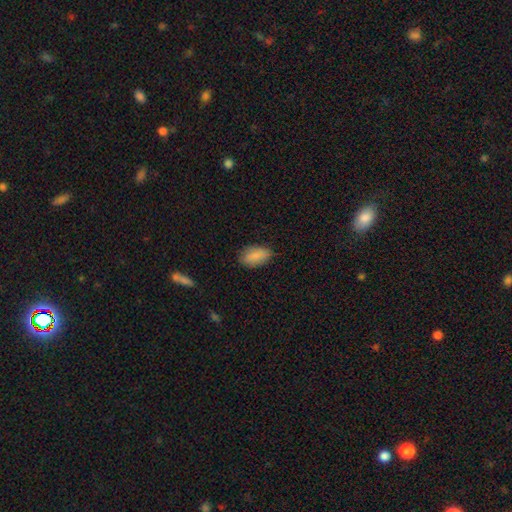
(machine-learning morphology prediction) The model was most divided on "merging": none: 77%, minor disturbance: 18%, major disturbance: 4%, merger: 1%. More confident: how rounded — in between (92%); smooth or featured — smooth (86%).